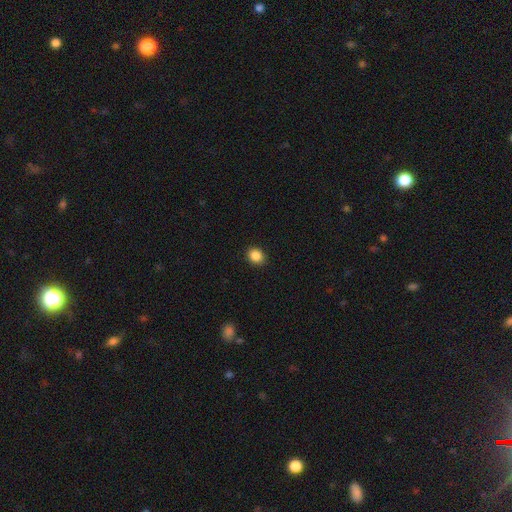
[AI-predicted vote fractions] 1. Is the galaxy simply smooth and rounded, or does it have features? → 87% smooth, 10% star or artifact, 3% featured or disk.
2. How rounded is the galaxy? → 65% round, 34% in between, 1% cigar-shaped.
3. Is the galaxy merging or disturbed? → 91% none, 6% minor disturbance, 2% major disturbance, 1% merger.